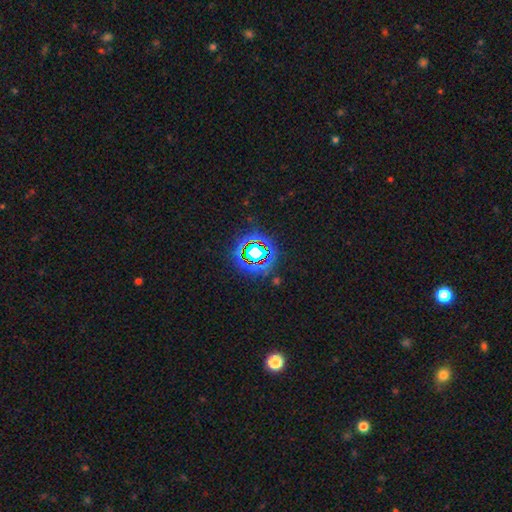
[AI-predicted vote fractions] star or artifact 73%, smooth 16%, featured or disk 11%.